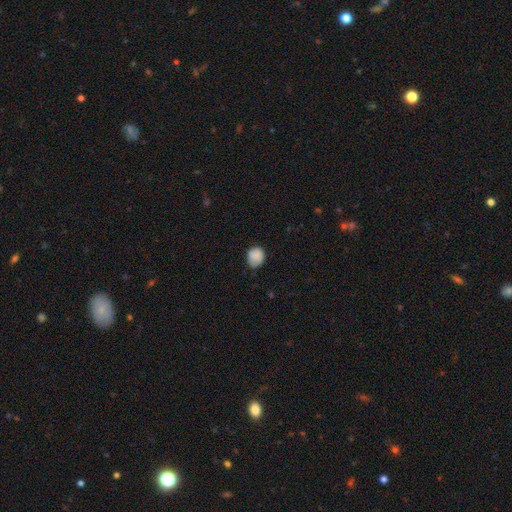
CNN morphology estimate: Smooth or featured: smooth — 86% (star or artifact — 9%)
How rounded: round — 69% (in between — 30%)
Merging: none — 64% (minor disturbance — 30%)